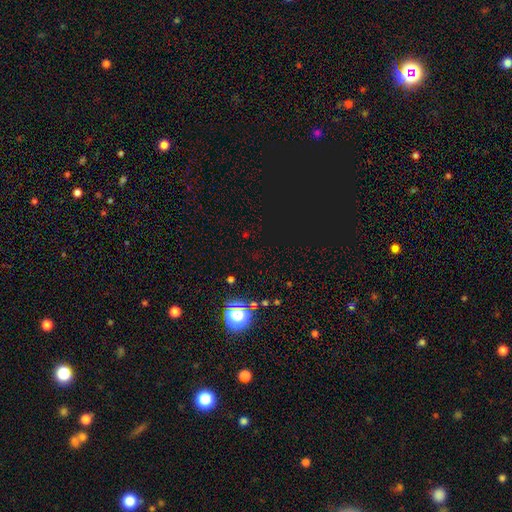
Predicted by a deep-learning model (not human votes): Smooth or featured? star or artifact (70%)